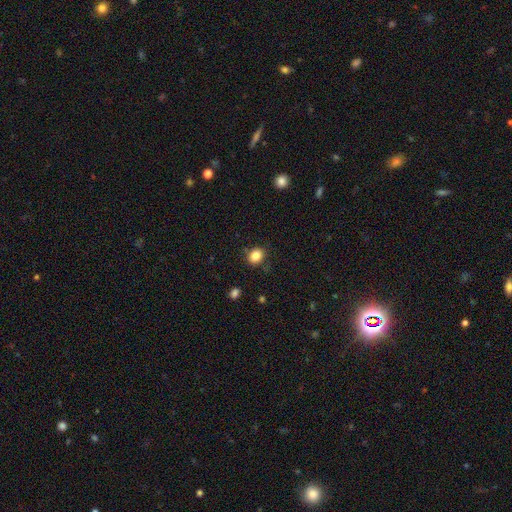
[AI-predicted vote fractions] This is clearly a smooth galaxy (85%). How rounded: possibly round (53%). Merging: clearly none (83%).